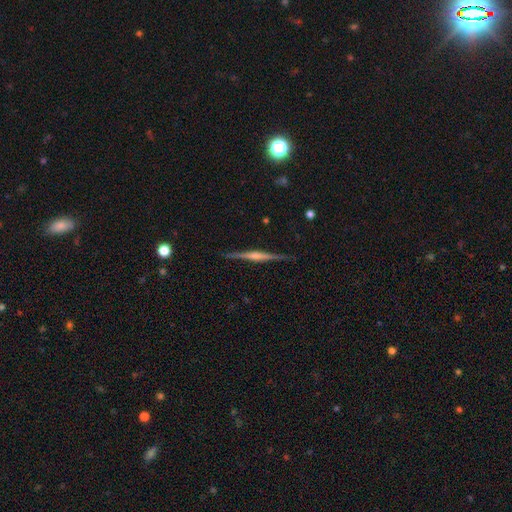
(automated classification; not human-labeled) Smooth or featured? Predicted: featured or disk (p=0.80). Edge-on disk? Predicted: yes (p=0.98). Edge-on bulge? Predicted: rounded (p=0.63). Merging? Predicted: none (p=0.90).